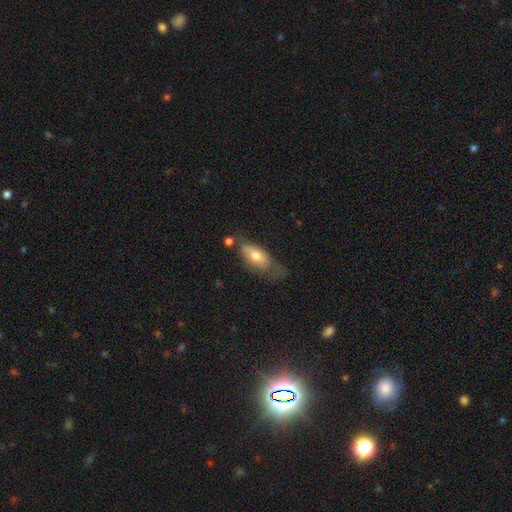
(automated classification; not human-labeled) This is likely a smooth galaxy (62%). How rounded: likely in between (78%). Merging: marginally none (41%).